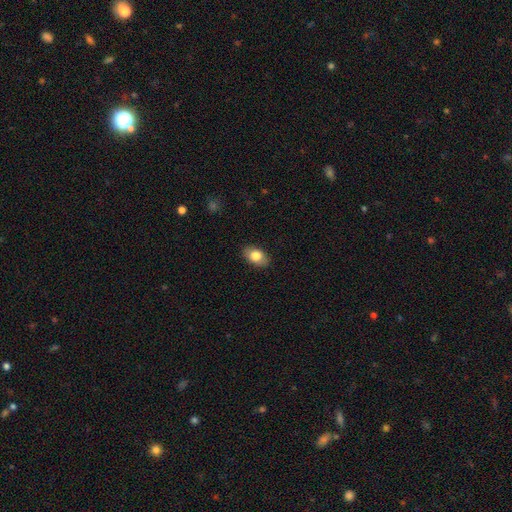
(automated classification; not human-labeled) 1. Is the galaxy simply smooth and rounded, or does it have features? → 81% smooth, 12% featured or disk, 7% star or artifact.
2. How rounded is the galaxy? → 88% in between, 11% round, 1% cigar-shaped.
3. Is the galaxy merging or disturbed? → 87% none, 10% minor disturbance, 2% major disturbance, 1% merger.